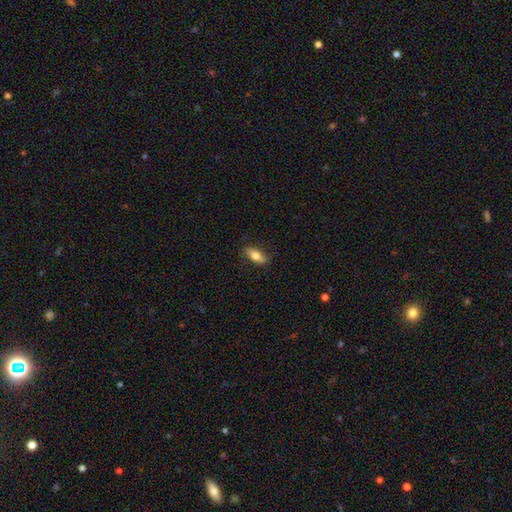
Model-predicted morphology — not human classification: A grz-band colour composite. It shows a smooth galaxy with no disk features (70%) that is in between round and cigar-shaped (73%). Merging: none (81%).